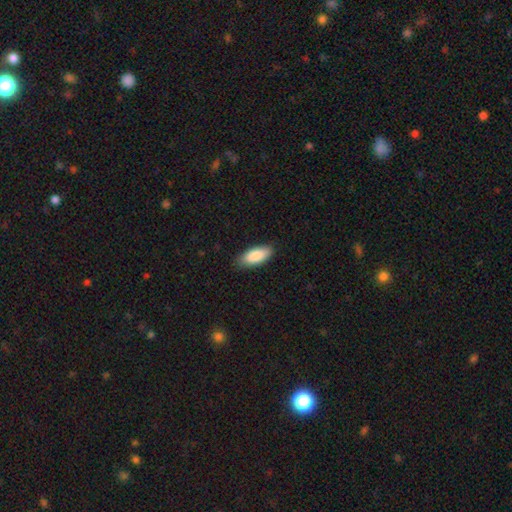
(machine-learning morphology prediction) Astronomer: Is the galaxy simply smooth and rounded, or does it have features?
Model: smooth — 87%.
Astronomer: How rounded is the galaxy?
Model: in between — 85%.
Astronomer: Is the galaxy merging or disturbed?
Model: none — 85%.